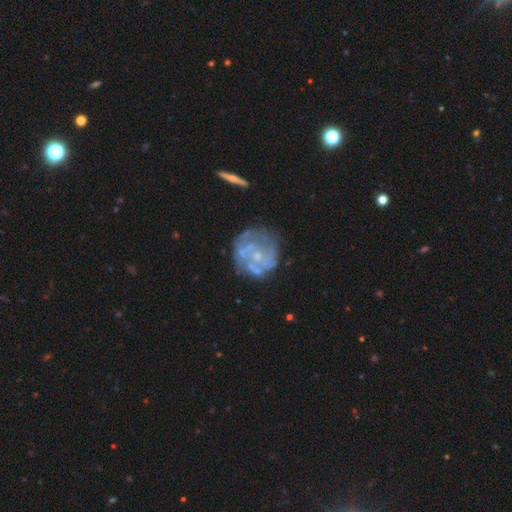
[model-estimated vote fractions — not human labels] Morphology: type=featured or disk (75%); edge-on=no (98%); bar=no (78%); spiral arms=yes (59%); bulge=small (60%); merging=none (61%).